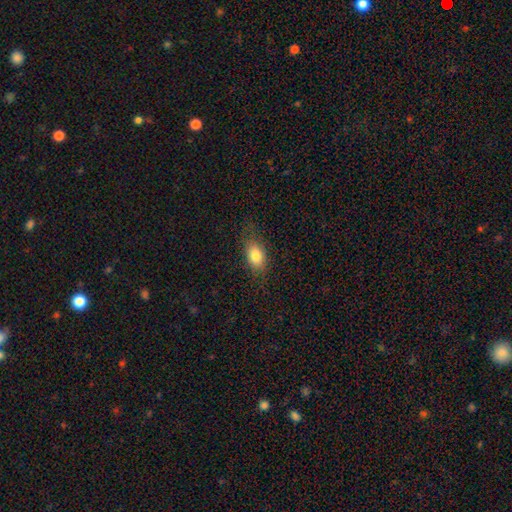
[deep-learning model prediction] smooth-or-featured: smooth: 80% | featured or disk: 11% | star or artifact: 9%
  how-rounded: in between: 85% | round: 10% | cigar-shaped: 5%
  merging: none: 76% | minor disturbance: 17% | major disturbance: 6% | merger: 1%